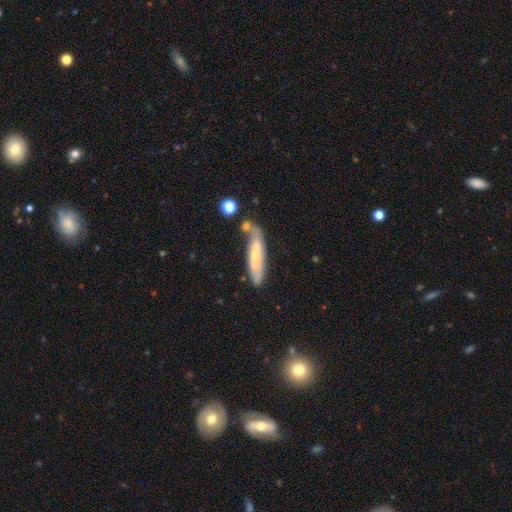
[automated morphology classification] Overall: smooth (52%; featured or disk 41%). How rounded: cigar-shaped (80%). Merging: none (55%; minor disturbance 23%).